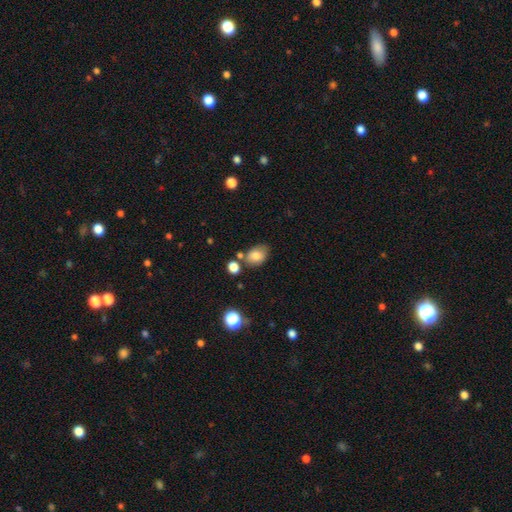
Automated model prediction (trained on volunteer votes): Morphology: type=smooth (79%); roundness=in between (72%); merging=none (64%).